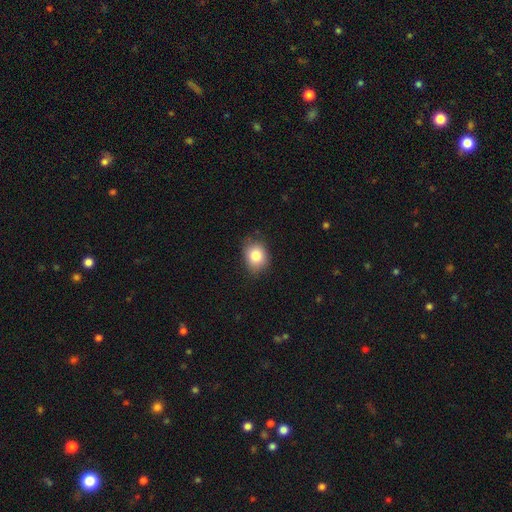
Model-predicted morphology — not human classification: A smooth galaxy with no disk features (83%) that is round (51%). Merging: none (78%).